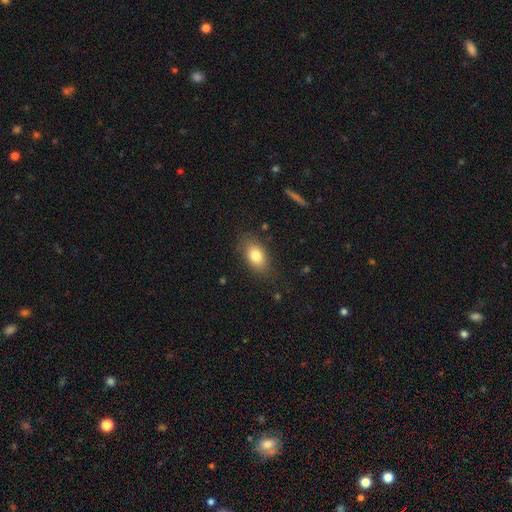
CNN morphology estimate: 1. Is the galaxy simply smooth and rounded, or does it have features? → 80% smooth, 12% featured or disk, 8% star or artifact.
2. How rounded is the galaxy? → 86% in between, 11% round, 3% cigar-shaped.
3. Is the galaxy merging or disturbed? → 81% none, 14% minor disturbance, 4% major disturbance, 1% merger.